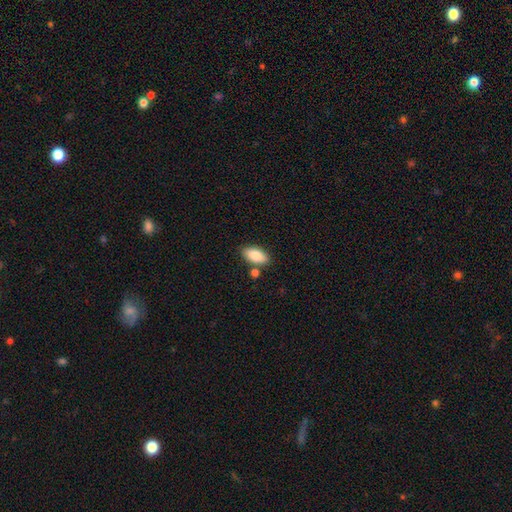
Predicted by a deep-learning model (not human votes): This appears to be a smooth galaxy with no disk features (85%) that is in between round and cigar-shaped (92%). Merging: none (78%).